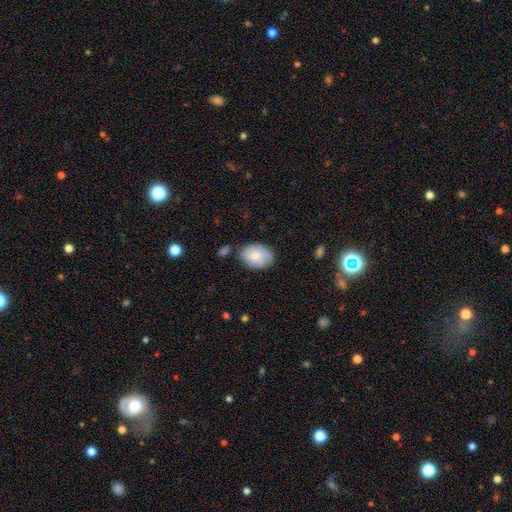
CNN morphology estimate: smooth_or_featured: smooth (p=0.75) [alt: featured or disk p=0.18]
how_rounded: in between (p=0.81) [alt: round p=0.18]
merging: none (p=0.69) [alt: minor disturbance p=0.21]